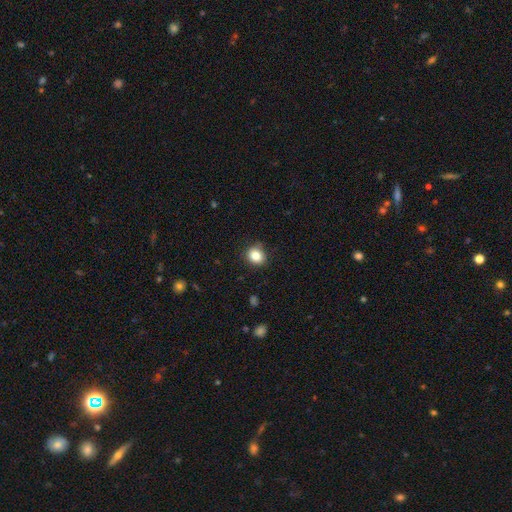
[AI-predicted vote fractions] Q: Smooth or featured?
A: smooth (84%); runner-up: star or artifact (10%)
Q: How rounded?
A: round (78%); runner-up: in between (22%)
Q: Merging?
A: none (85%); runner-up: minor disturbance (11%)